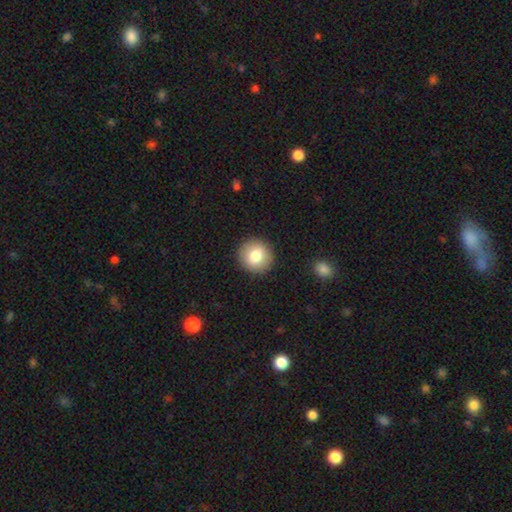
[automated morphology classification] smooth_or_featured: smooth (p=0.78) [alt: featured or disk p=0.13]
how_rounded: round (p=0.92) [alt: in between p=0.07]
merging: none (p=0.91) [alt: minor disturbance p=0.06]